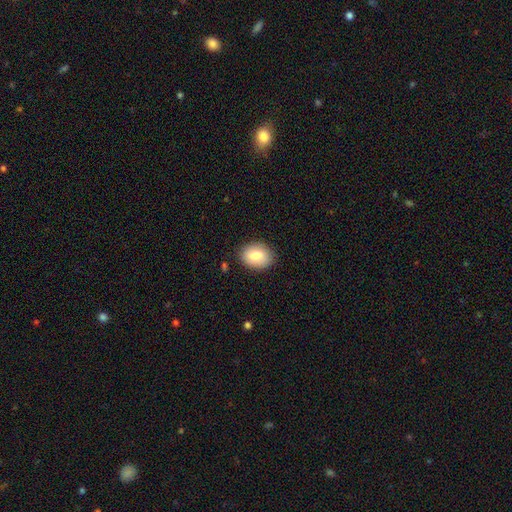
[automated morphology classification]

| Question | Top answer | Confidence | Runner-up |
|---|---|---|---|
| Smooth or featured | smooth | 81% | featured or disk (11%) |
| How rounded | in between | 64% | round (35%) |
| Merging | none | 86% | minor disturbance (11%) |